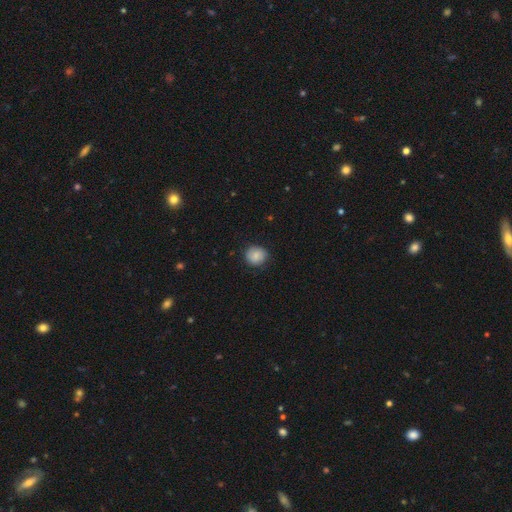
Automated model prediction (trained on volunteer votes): The model was most divided on "merging": none: 84%, minor disturbance: 13%, major disturbance: 3%, merger: 1%. More confident: how rounded — round (86%); smooth or featured — smooth (82%).